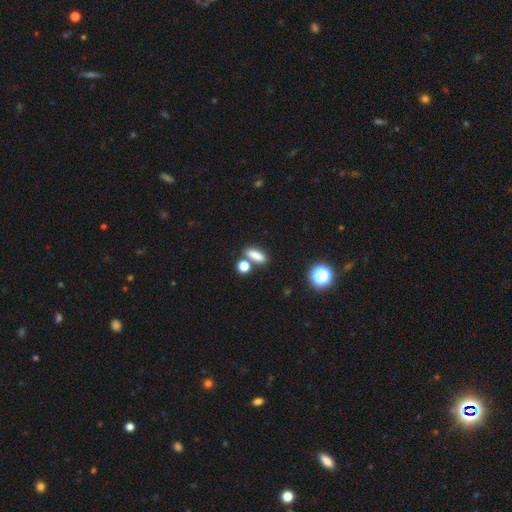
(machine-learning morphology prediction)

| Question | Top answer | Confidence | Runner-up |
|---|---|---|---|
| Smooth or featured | smooth | 82% | star or artifact (11%) |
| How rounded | in between | 57% | cigar-shaped (32%) |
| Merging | none | 68% | merger (17%) |